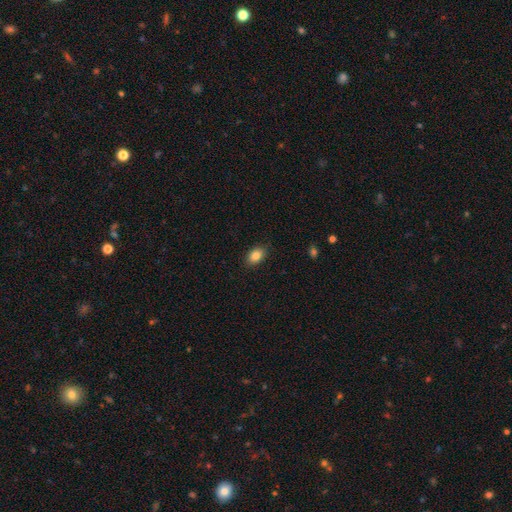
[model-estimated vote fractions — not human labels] Smooth or featured: smooth — 86% (star or artifact — 8%)
How rounded: in between — 84% (round — 15%)
Merging: none — 87% (minor disturbance — 10%)